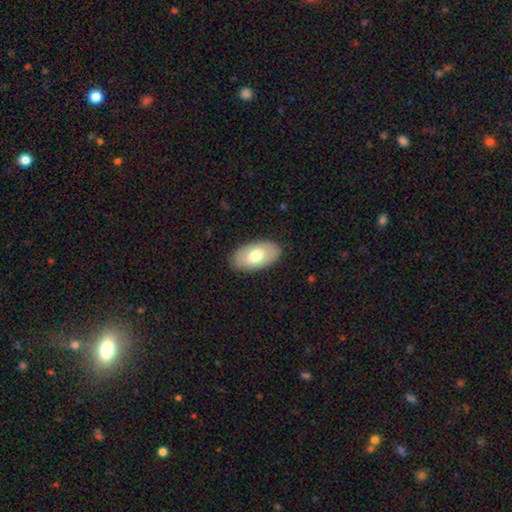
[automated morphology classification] A smooth galaxy with no disk features (65%) that is in between round and cigar-shaped (94%). Merging: none (86%).